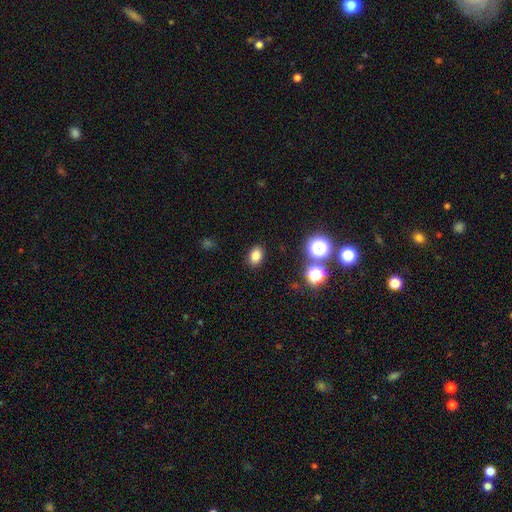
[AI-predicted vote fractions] The model was most divided on "how rounded": in between: 73%, round: 26%, cigar-shaped: 1%. More confident: merging — none (88%); smooth or featured — smooth (80%).